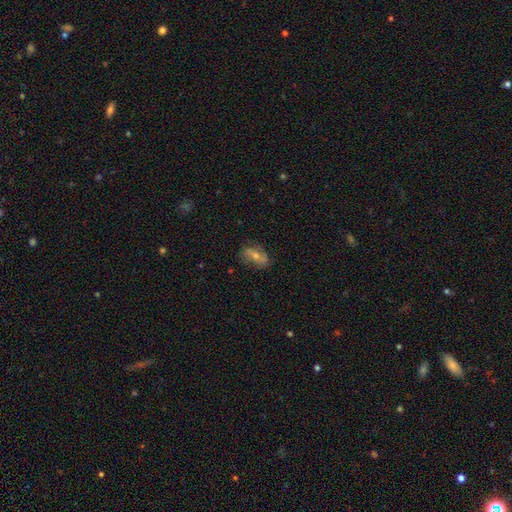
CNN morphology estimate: A featured or disk galaxy (55%).

Vote fractions:
- Smooth or featured? featured or disk: 55% / smooth: 30% / star or artifact: 15%
- Edge-on disk? no: 88% / yes: 12%
- Merging? none: 78% / minor disturbance: 15% / major disturbance: 5% / merger: 2%